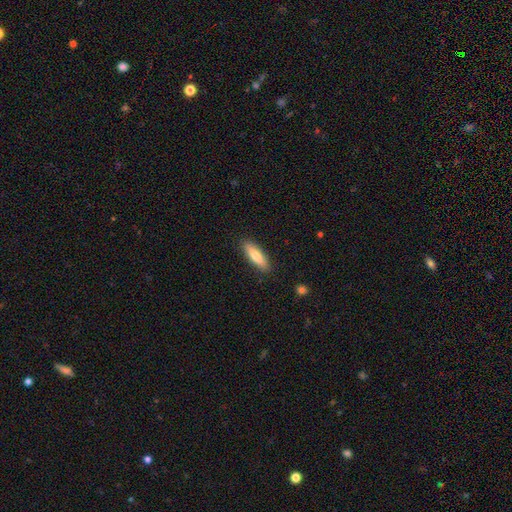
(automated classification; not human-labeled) Q: Smooth or featured?
A: smooth (76%); runner-up: featured or disk (19%)
Q: How rounded?
A: cigar-shaped (59%); runner-up: in between (40%)
Q: Merging?
A: none (89%); runner-up: minor disturbance (8%)